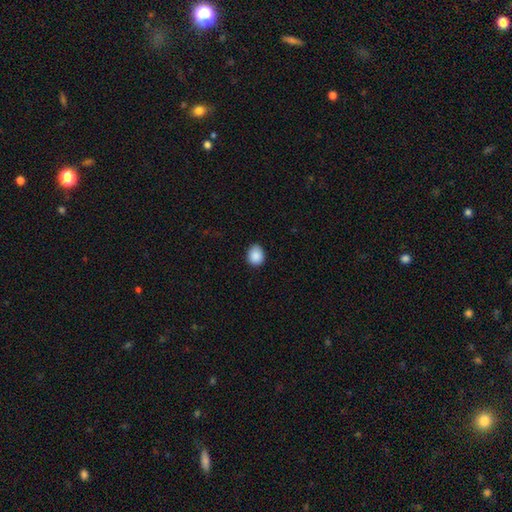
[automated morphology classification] Smooth or featured? smooth (89%)
How rounded? round (55%)
Merging? none (84%)